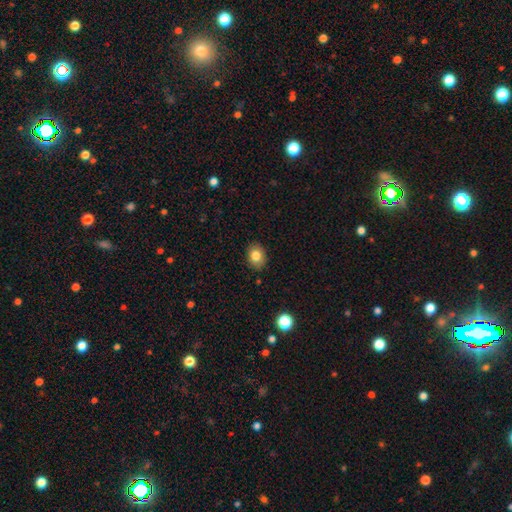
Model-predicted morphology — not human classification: This is clearly a smooth galaxy (82%). How rounded: likely in between (60%). Merging: clearly none (88%).